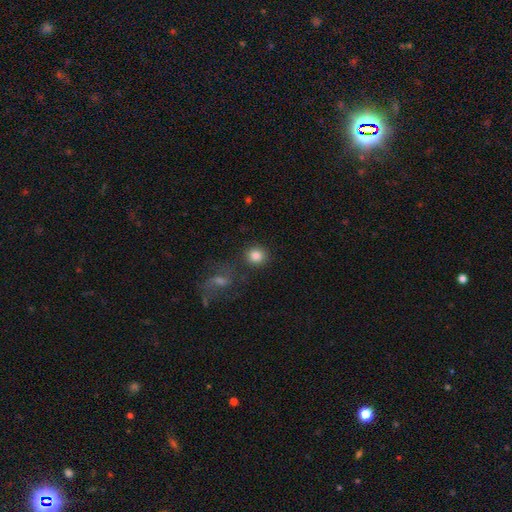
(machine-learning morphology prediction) Smooth or featured? smooth (85%)
How rounded? round (87%)
Merging? none (77%)